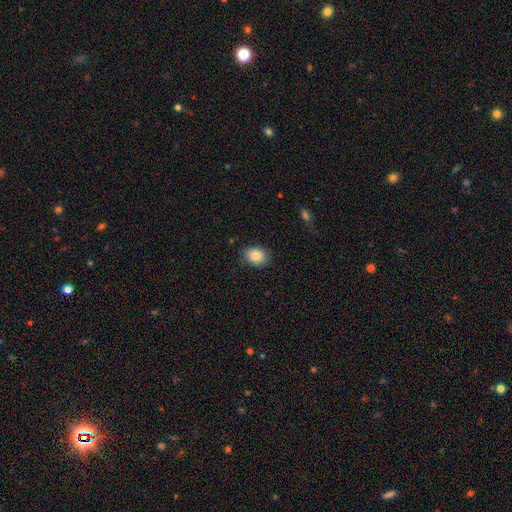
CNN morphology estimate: Overall: smooth (85%). How rounded: in between (58%; round 41%). Merging: none (84%).